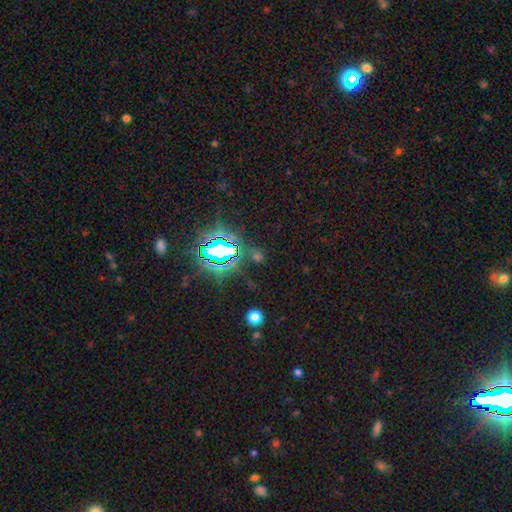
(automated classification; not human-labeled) This is likely a star or artifact rather than a galaxy (72%).